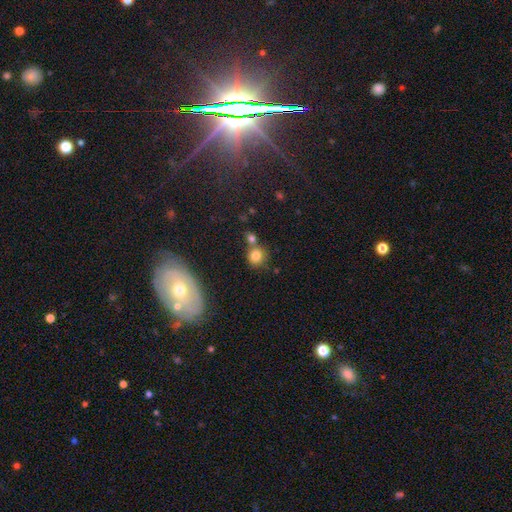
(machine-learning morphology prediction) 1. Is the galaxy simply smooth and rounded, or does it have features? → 80% smooth, 11% star or artifact, 9% featured or disk.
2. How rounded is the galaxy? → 85% round, 13% in between, 1% cigar-shaped.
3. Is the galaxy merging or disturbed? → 61% none, 25% merger, 11% minor disturbance, 4% major disturbance.